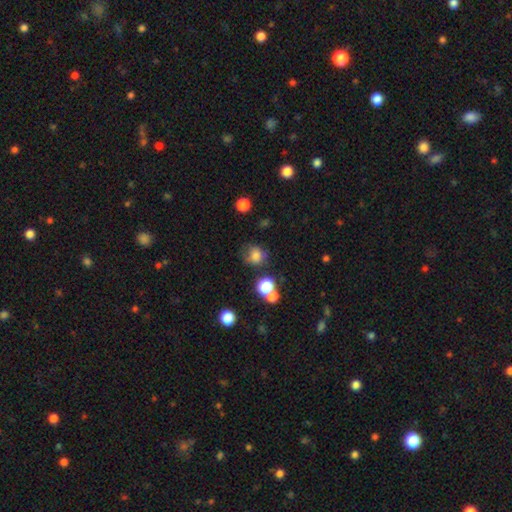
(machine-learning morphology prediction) Q: Smooth or featured?
A: smooth (74%); runner-up: star or artifact (15%)
Q: How rounded?
A: round (75%); runner-up: in between (24%)
Q: Merging?
A: none (57%); runner-up: minor disturbance (22%)